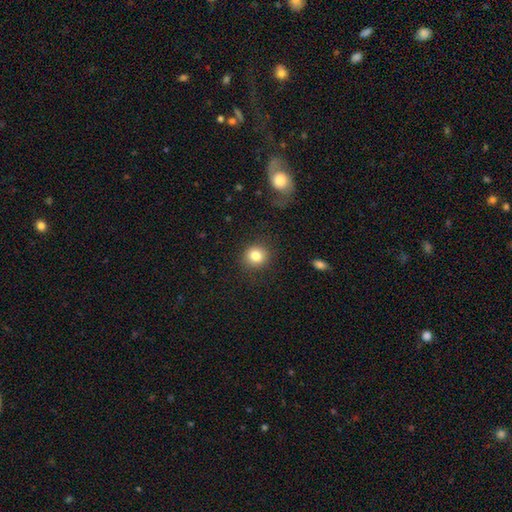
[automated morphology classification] smooth-or-featured: smooth: 83% | star or artifact: 10% | featured or disk: 7%
  how-rounded: round: 87% | in between: 12% | cigar-shaped: 1%
  merging: none: 87% | minor disturbance: 8% | major disturbance: 4% | merger: 1%